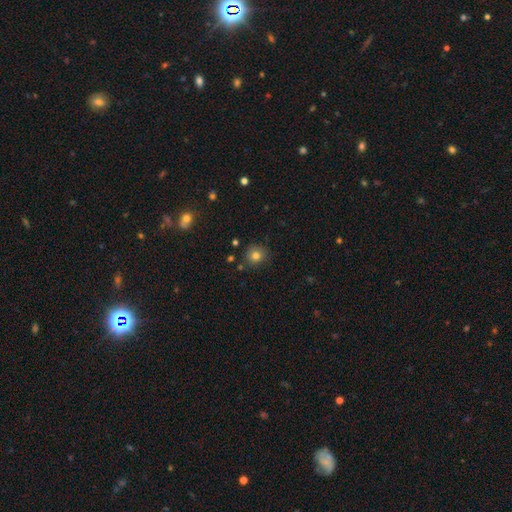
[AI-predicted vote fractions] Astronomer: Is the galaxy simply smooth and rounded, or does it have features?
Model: smooth — 78%.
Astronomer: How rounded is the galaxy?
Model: round — 90%.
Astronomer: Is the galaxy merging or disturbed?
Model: none — 84%.